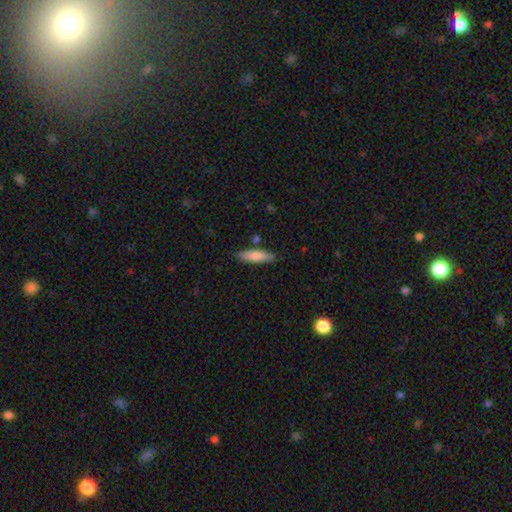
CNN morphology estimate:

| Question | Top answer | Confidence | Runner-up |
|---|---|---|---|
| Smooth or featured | smooth | 81% | featured or disk (13%) |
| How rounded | cigar-shaped | 63% | in between (36%) |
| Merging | none | 83% | minor disturbance (11%) |